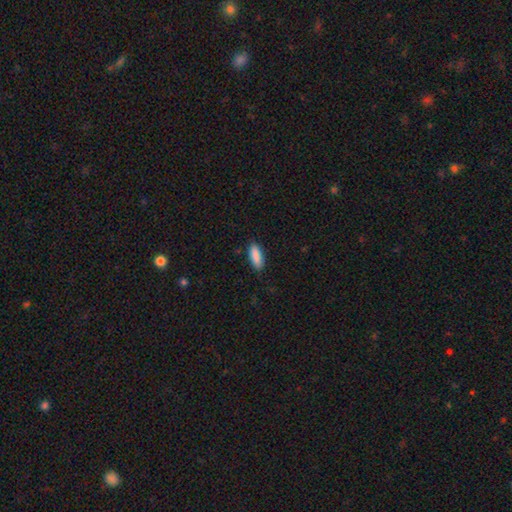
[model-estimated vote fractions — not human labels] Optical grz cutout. It shows a smooth galaxy with no disk features (90%) that is in between round and cigar-shaped (71%). Merging: none (88%).